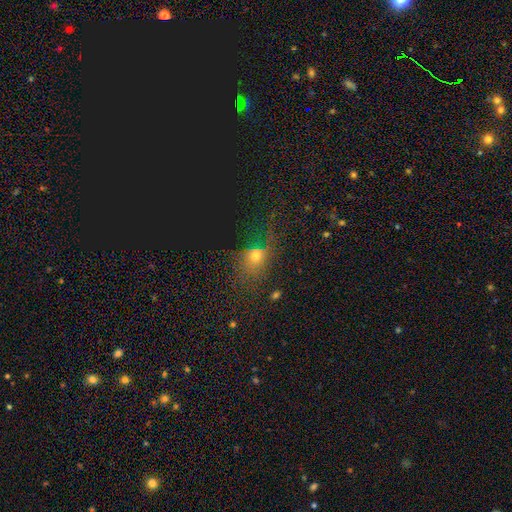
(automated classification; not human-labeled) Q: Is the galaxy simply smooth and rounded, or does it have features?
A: smooth — 55%.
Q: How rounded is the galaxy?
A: round — 54%.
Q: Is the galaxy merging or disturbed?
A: none — 51%.